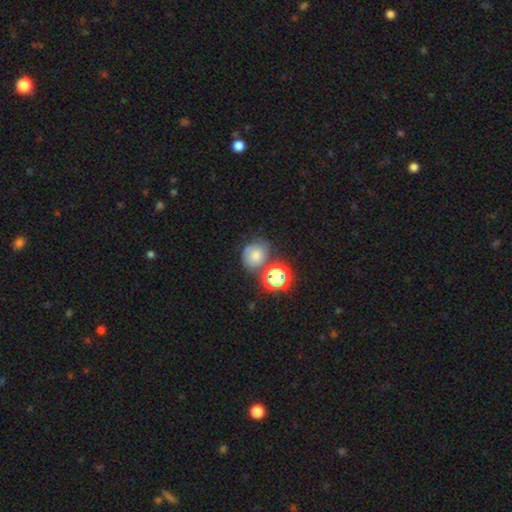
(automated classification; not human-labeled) smooth 52%, star or artifact 26%, featured or disk 22%. Down the decision tree: how rounded — round (74%); merging — none (58%).